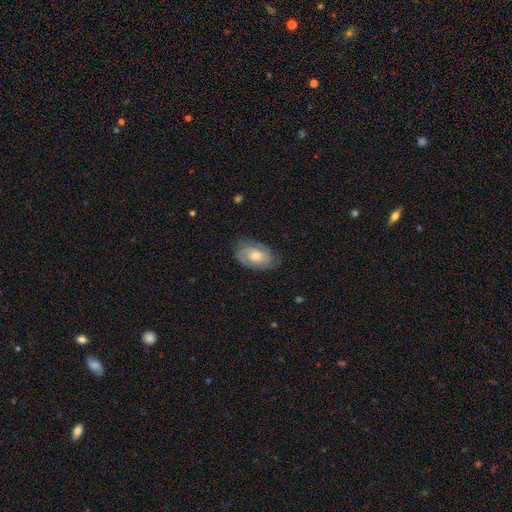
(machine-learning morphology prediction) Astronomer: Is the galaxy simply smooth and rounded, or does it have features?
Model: featured or disk — 56% (runner-up: smooth, 38%).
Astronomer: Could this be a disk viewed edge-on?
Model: no — 95%.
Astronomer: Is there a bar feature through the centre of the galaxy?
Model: no — 74%.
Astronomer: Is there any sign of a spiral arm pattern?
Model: yes — 82%.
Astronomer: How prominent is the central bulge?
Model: moderate — 58%.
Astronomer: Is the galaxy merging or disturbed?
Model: none — 72%.